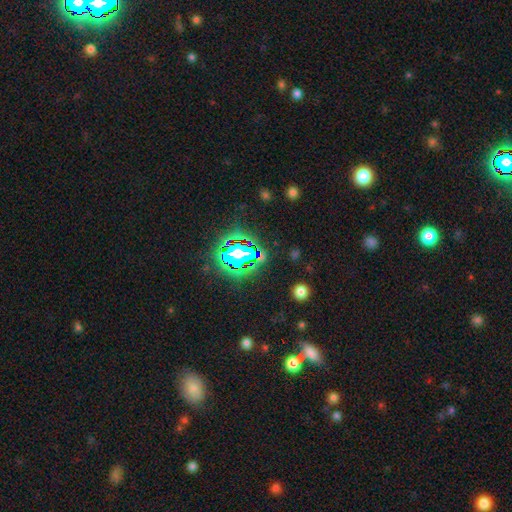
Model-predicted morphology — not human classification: Smooth or featured? star or artifact (71%)